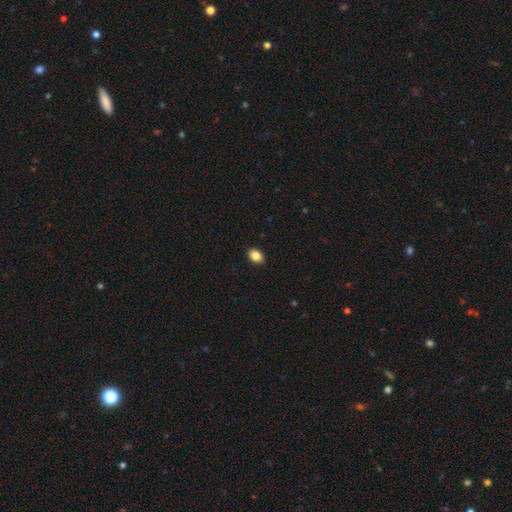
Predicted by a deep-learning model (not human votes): The model was most divided on "how rounded": in between: 78%, round: 21%, cigar-shaped: 1%. More confident: merging — none (90%); smooth or featured — smooth (86%).